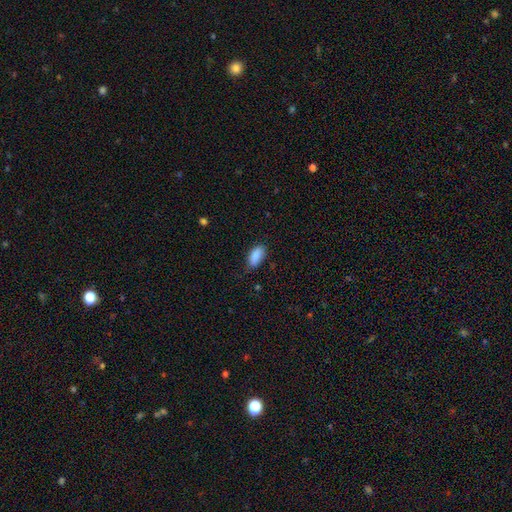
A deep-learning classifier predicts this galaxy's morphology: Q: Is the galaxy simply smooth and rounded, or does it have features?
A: smooth — 88%.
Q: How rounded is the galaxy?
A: in between — 92%.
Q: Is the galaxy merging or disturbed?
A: none — 71%.